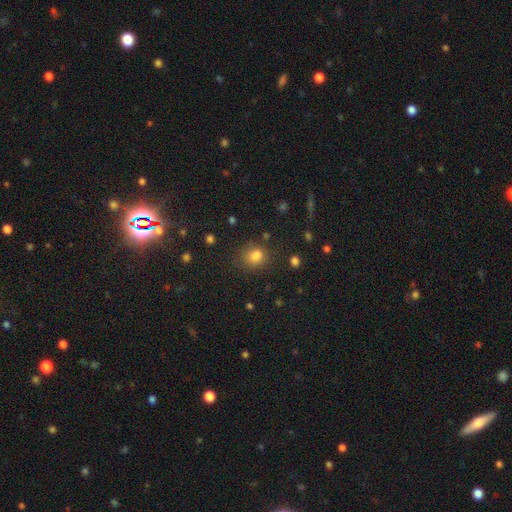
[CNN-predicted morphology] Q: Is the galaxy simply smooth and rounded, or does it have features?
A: smooth — 76%.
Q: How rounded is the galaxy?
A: round — 69%.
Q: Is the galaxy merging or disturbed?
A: none — 75%.